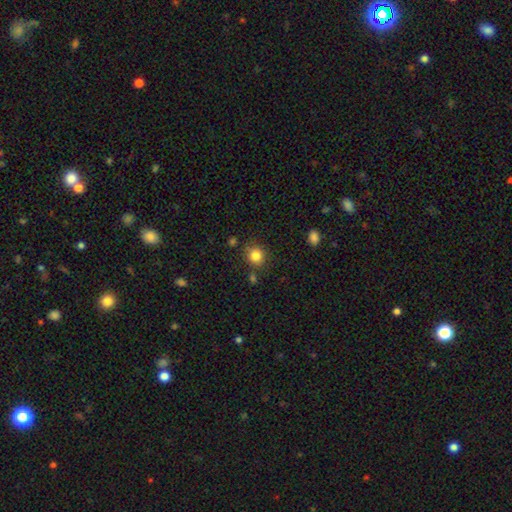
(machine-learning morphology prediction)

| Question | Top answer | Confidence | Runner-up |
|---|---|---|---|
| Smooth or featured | smooth | 84% | star or artifact (11%) |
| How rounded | round | 86% | in between (13%) |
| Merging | none | 81% | minor disturbance (10%) |